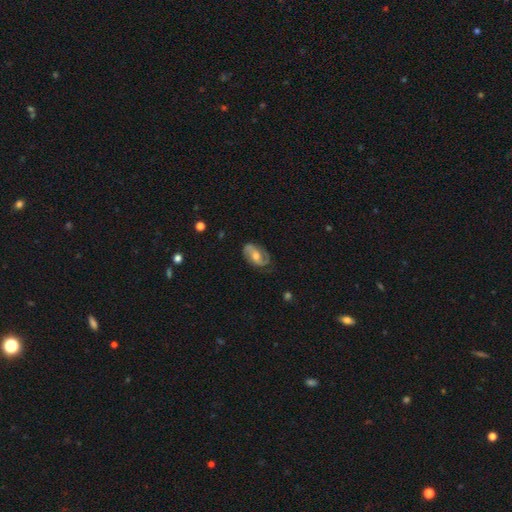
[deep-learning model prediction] featured or disk 77%, smooth 17%, star or artifact 6%. Down the decision tree: edge-on disk — no (96%); bar — weak (40%); spiral arms — yes (90%); spiral arm count — 2 (83%); spiral winding — medium (45%); bulge size — moderate (68%); merging — none (72%).